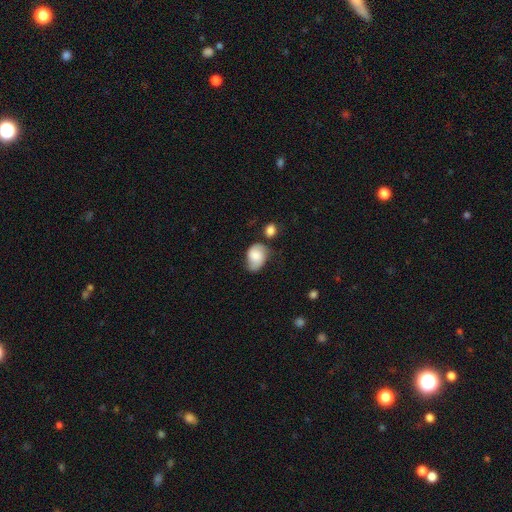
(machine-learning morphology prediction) A smooth galaxy with no disk features (58%) that is in between round and cigar-shaped (71%). Merging: none (48%).